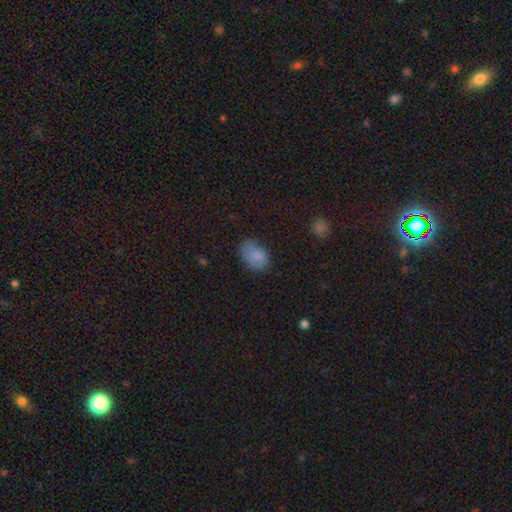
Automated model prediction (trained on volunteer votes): Smooth or featured? smooth (80%)
How rounded? in between (87%)
Merging? none (62%)